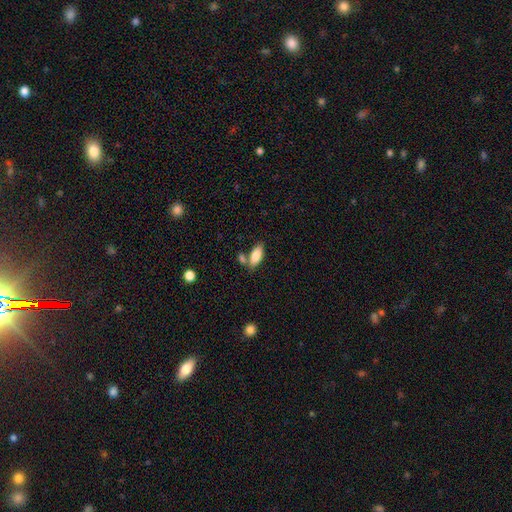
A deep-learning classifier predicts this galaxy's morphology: Smooth or featured: smooth — 84% (featured or disk — 10%)
How rounded: in between — 84% (cigar-shaped — 13%)
Merging: none — 64% (merger — 19%)